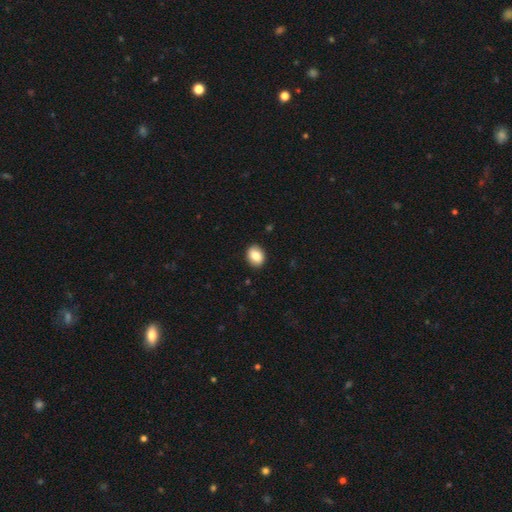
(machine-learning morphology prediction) The model was most divided on "how rounded": in between: 53%, round: 46%, cigar-shaped: 1%. More confident: merging — none (89%); smooth or featured — smooth (82%).